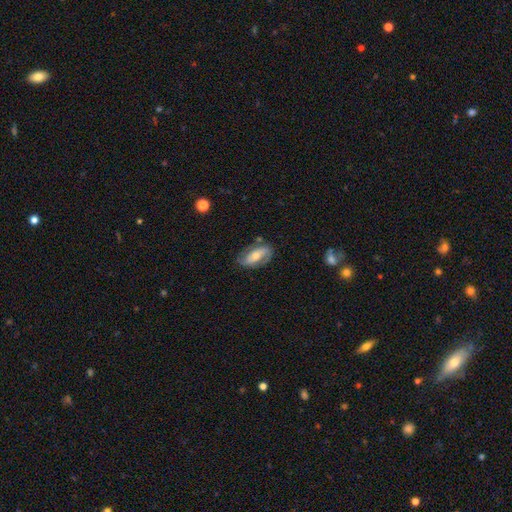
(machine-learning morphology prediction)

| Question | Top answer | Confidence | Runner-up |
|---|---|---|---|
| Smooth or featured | featured or disk | 64% | smooth (30%) |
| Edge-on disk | no | 91% | yes (9%) |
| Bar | no | 39% | strong (32%) |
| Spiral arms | yes | 73% | no (27%) |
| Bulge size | moderate | 59% | small (34%) |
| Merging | none | 72% | minor disturbance (19%) |